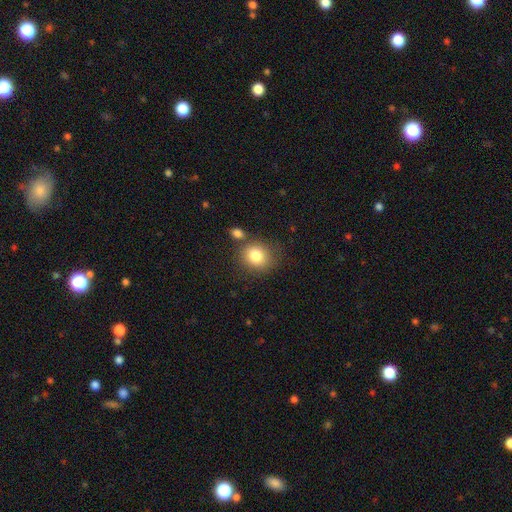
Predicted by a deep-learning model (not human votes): A smooth galaxy with no disk features (82%) that is round (76%). Merging: none (69%).